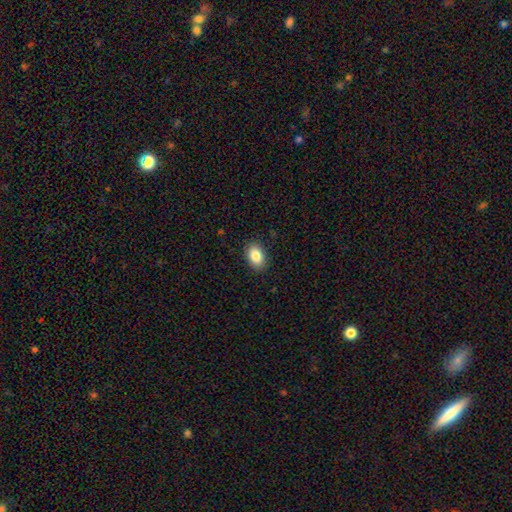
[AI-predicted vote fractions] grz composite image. It shows a smooth galaxy with no disk features (86%) that is in between round and cigar-shaped (87%). Merging: none (89%).